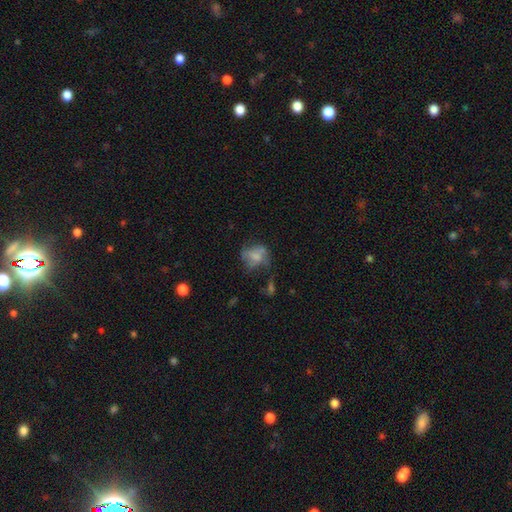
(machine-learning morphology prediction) Overall: smooth (50%; featured or disk 37%). How rounded: in between (50%; round 48%). Merging: none (37%; major disturbance 30%).